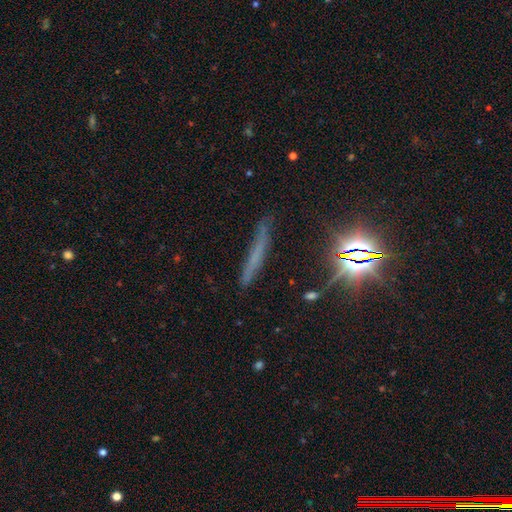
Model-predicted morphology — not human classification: Overall: smooth (44%; featured or disk 30%). Merging: none (77%).